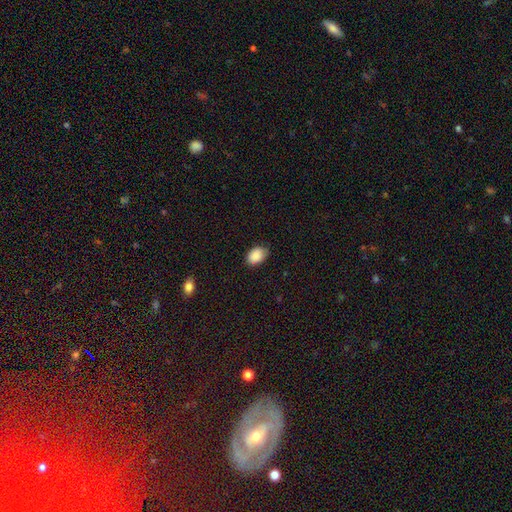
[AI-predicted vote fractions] The model was most divided on "merging": none: 75%, minor disturbance: 20%, major disturbance: 3%, merger: 1%. More confident: smooth or featured — smooth (89%); how rounded — in between (84%).